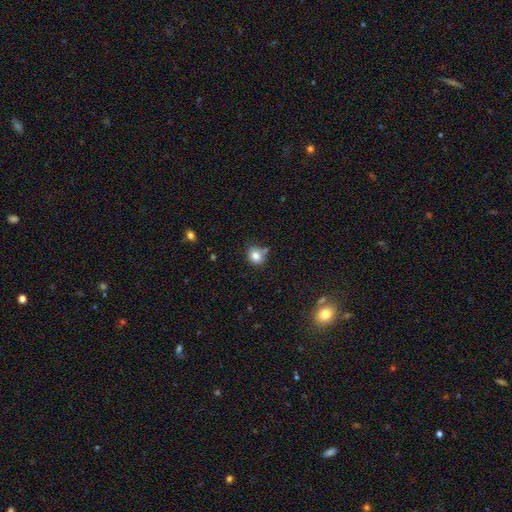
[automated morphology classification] Smooth or featured: smooth — 81% (star or artifact — 11%)
How rounded: round — 69% (in between — 30%)
Merging: none — 65% (minor disturbance — 18%)